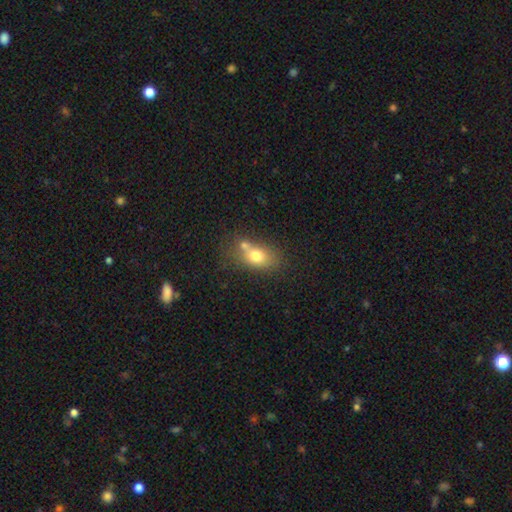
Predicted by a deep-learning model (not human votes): Smooth or featured: smooth — 72% (featured or disk — 17%)
How rounded: in between — 69% (round — 28%)
Merging: none — 42% (merger — 37%)